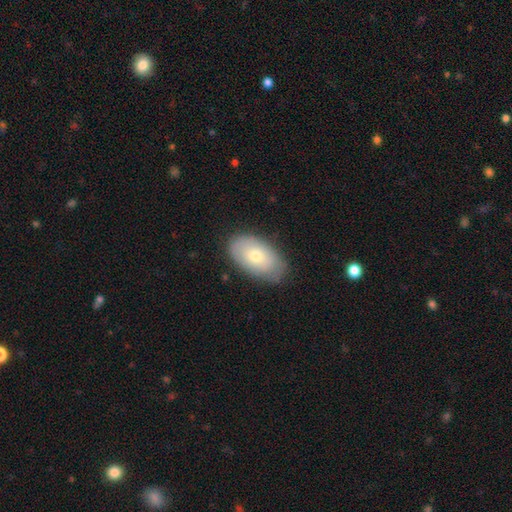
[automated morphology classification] smooth-or-featured: smooth: 65% | featured or disk: 28% | star or artifact: 7%
  how-rounded: in between: 93% | round: 6% | cigar-shaped: 1%
  merging: none: 79% | minor disturbance: 16% | major disturbance: 4% | merger: 1%